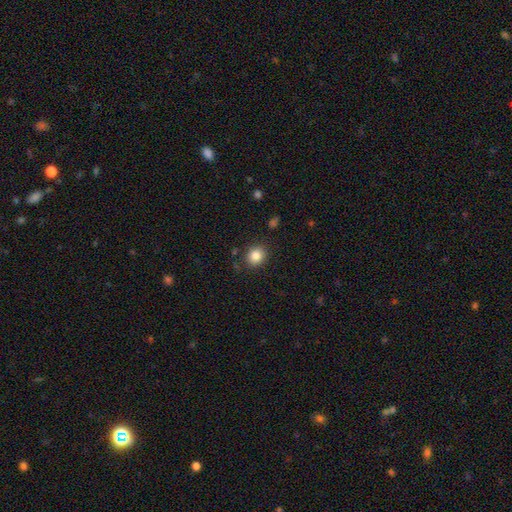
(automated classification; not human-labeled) Morphology: type=smooth (84%); roundness=round (73%); merging=none (86%).